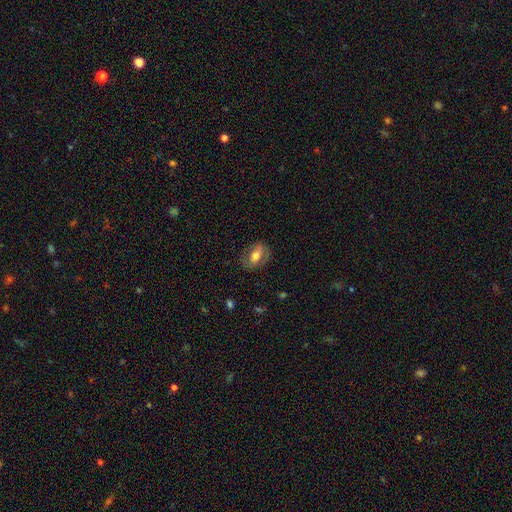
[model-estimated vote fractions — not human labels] Smooth or featured?
  - smooth: 54% *
  - featured or disk: 39%
  - star or artifact: 7%
How rounded?
  - in between: 80% *
  - round: 16%
  - cigar-shaped: 3%
Merging?
  - none: 75% *
  - minor disturbance: 16%
  - major disturbance: 7%
  - merger: 1%